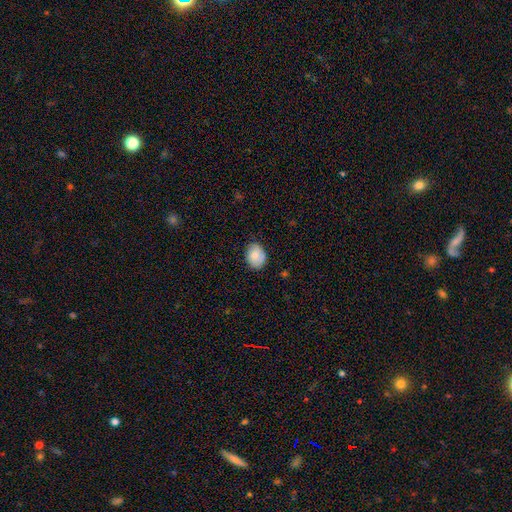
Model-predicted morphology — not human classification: A smooth galaxy with no disk features (81%) that is in between round and cigar-shaped (66%). Merging: none (73%).